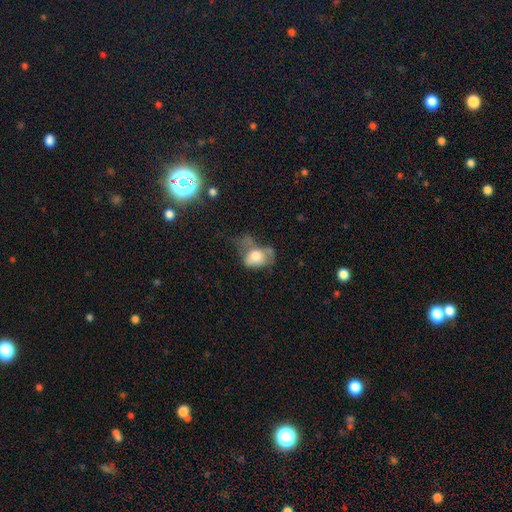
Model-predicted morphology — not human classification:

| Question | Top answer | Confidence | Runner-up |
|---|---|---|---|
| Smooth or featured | smooth | 62% | featured or disk (28%) |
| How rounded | in between | 70% | round (29%) |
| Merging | major disturbance | 45% | minor disturbance (23%) |